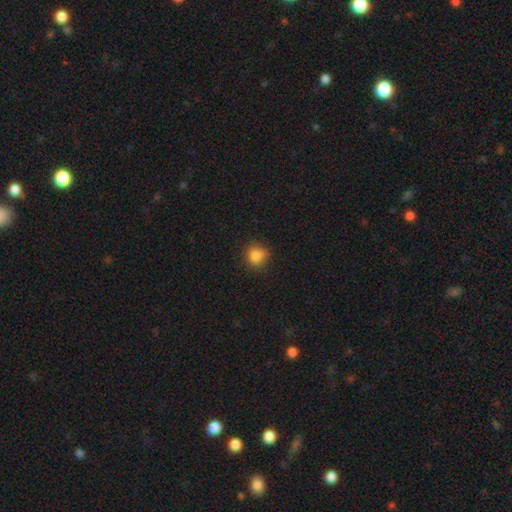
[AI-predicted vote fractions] Smooth or featured?
  - smooth: 85% *
  - star or artifact: 11%
  - featured or disk: 4%
How rounded?
  - round: 83% *
  - in between: 16%
  - cigar-shaped: 1%
Merging?
  - none: 80% *
  - minor disturbance: 15%
  - major disturbance: 4%
  - merger: 1%